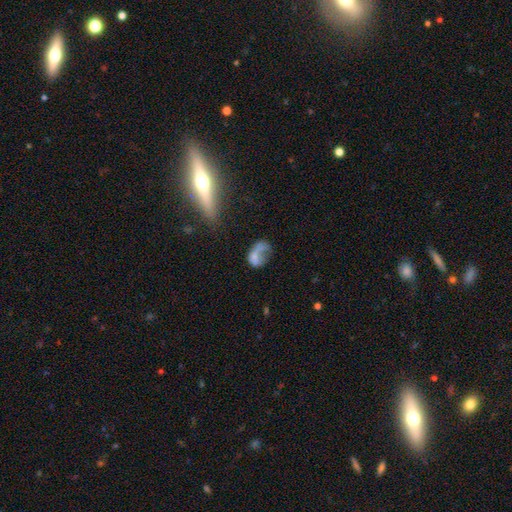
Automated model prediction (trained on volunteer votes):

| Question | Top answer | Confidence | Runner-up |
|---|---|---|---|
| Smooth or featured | smooth | 50% | featured or disk (37%) |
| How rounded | in between | 78% | round (20%) |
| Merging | major disturbance | 48% | none (24%) |